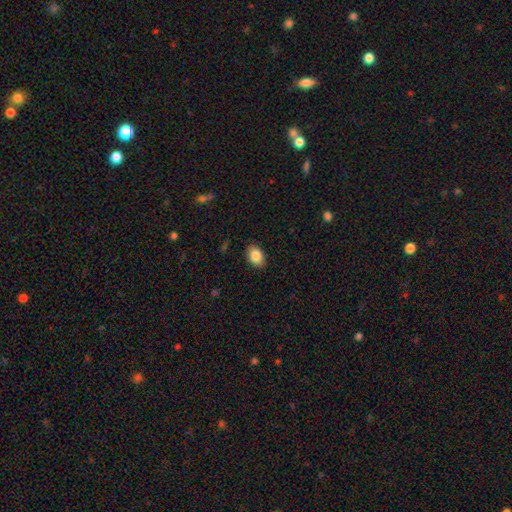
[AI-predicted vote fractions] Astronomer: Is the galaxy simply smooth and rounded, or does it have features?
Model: smooth — 85%.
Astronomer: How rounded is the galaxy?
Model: in between — 81%.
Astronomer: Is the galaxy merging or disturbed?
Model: none — 87%.